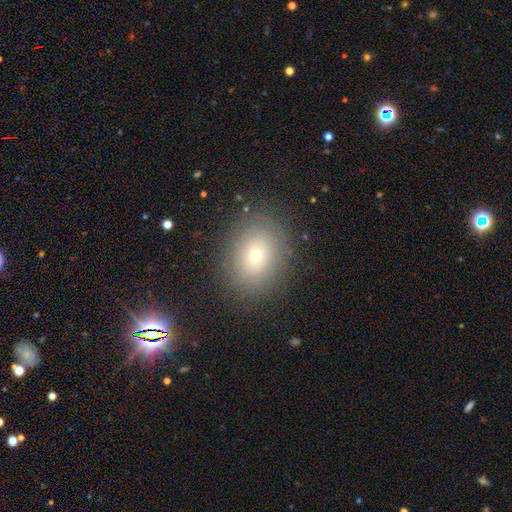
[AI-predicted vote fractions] smooth 64%, featured or disk 19%, star or artifact 17%. Down the decision tree: how rounded — in between (57%); merging — none (84%).